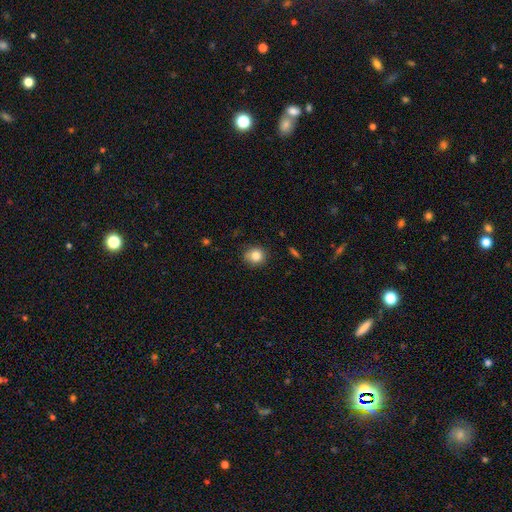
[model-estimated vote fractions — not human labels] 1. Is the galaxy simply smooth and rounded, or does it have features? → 83% smooth, 10% star or artifact, 7% featured or disk.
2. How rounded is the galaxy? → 84% round, 15% in between, 1% cigar-shaped.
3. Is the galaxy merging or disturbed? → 84% none, 12% minor disturbance, 2% major disturbance, 1% merger.